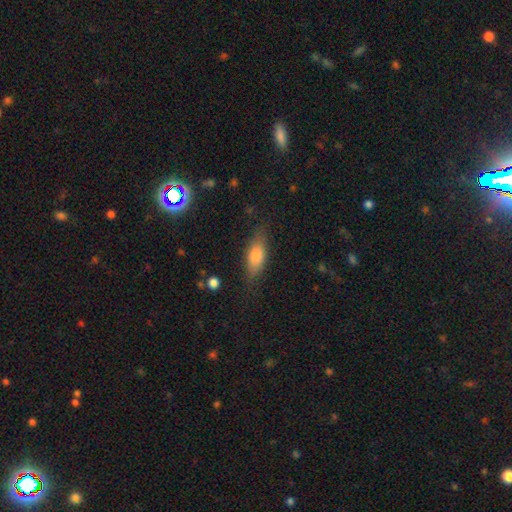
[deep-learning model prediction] Overall: smooth (74%). How rounded: in between (71%). Merging: none (78%).